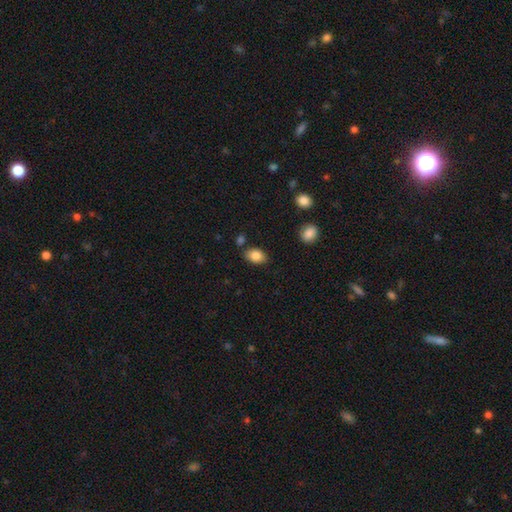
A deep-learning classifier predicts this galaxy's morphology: Overall: smooth (84%). How rounded: in between (85%). Merging: none (80%).